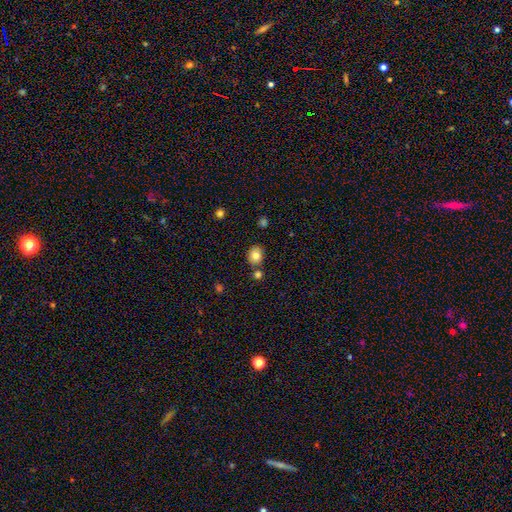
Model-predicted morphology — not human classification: Smooth or featured?
  - smooth: 81% *
  - star or artifact: 10%
  - featured or disk: 9%
How rounded?
  - round: 51% *
  - in between: 48%
  - cigar-shaped: 1%
Merging?
  - none: 74% *
  - minor disturbance: 12%
  - merger: 11%
  - major disturbance: 3%